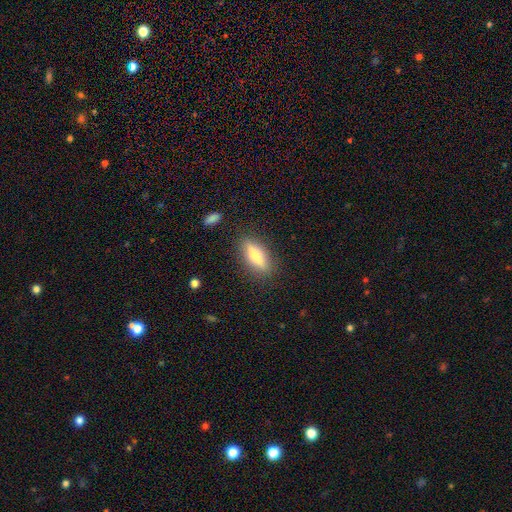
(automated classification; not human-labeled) Smooth or featured: smooth — 65% (featured or disk — 27%)
How rounded: cigar-shaped — 56% (in between — 41%)
Merging: none — 85% (minor disturbance — 10%)